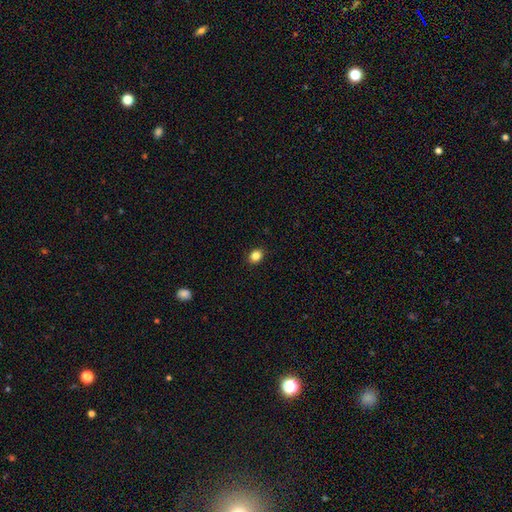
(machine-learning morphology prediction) Overall: smooth (85%). How rounded: round (56%; in between 43%). Merging: none (90%).